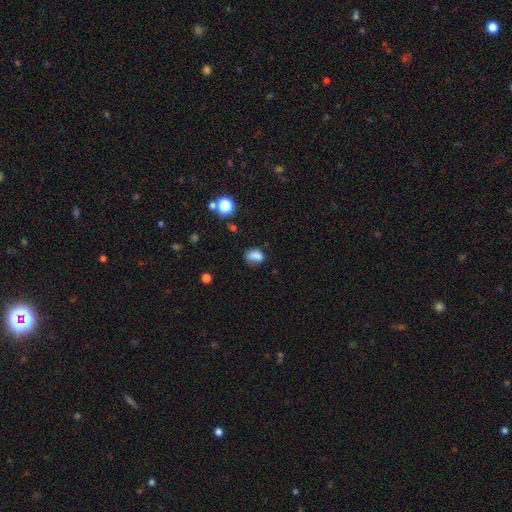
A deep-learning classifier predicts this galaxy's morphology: Overall: smooth (78%). How rounded: in between (72%). Merging: none (48%; minor disturbance 31%).